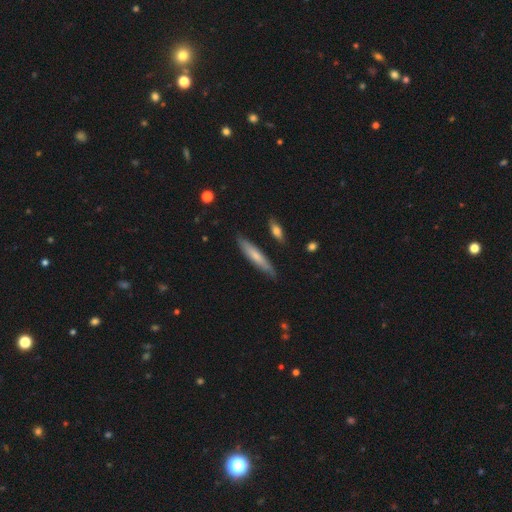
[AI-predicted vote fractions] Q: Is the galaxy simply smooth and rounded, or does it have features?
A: smooth — 64%.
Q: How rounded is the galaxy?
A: cigar-shaped — 86%.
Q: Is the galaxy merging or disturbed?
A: none — 82%.